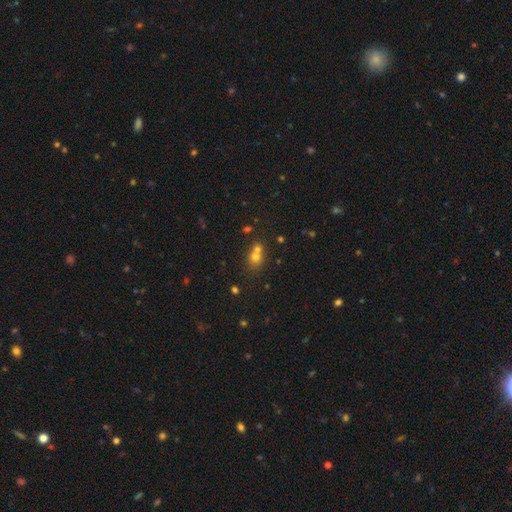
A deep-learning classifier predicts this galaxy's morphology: Smooth or featured?
  - smooth: 64% *
  - star or artifact: 23%
  - featured or disk: 14%
How rounded?
  - round: 71% *
  - in between: 27%
  - cigar-shaped: 1%
Merging?
  - merger: 47% *
  - none: 43%
  - minor disturbance: 7%
  - major disturbance: 3%